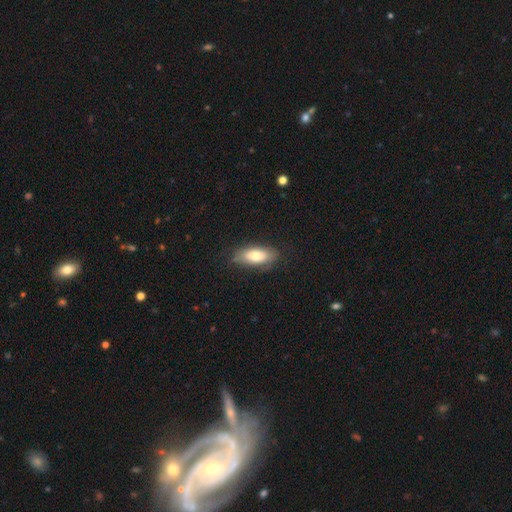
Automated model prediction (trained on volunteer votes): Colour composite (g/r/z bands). It shows a smooth galaxy with no disk features (67%) that is in between round and cigar-shaped (86%). Merging: none (74%).